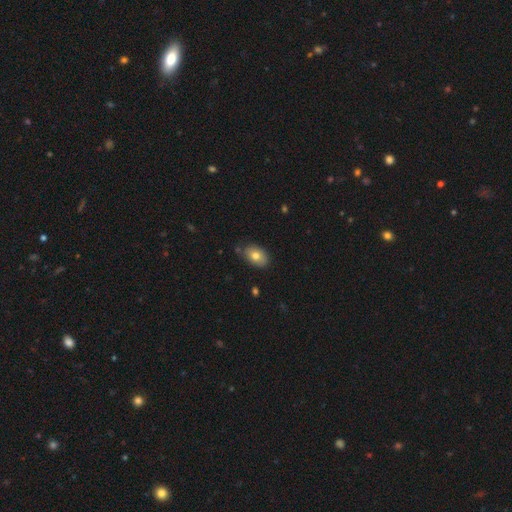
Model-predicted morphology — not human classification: The model was most divided on "merging": none: 76%, minor disturbance: 19%, major disturbance: 3%, merger: 3%. More confident: how rounded — in between (85%); smooth or featured — smooth (77%).